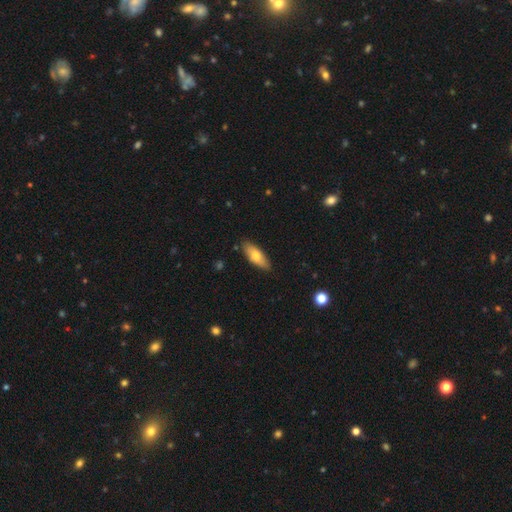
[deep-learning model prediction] smooth-or-featured: smooth: 72% | featured or disk: 22% | star or artifact: 6%
  how-rounded: in between: 68% | cigar-shaped: 29% | round: 2%
  merging: none: 86% | minor disturbance: 11% | major disturbance: 2% | merger: 1%